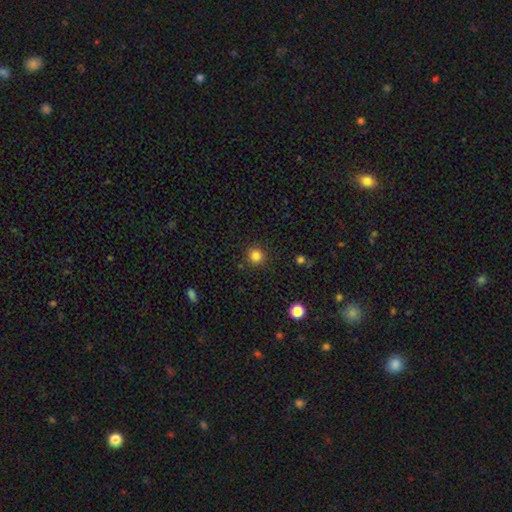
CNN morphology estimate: type=smooth (83%); roundness=round (94%); merging=none (90%).